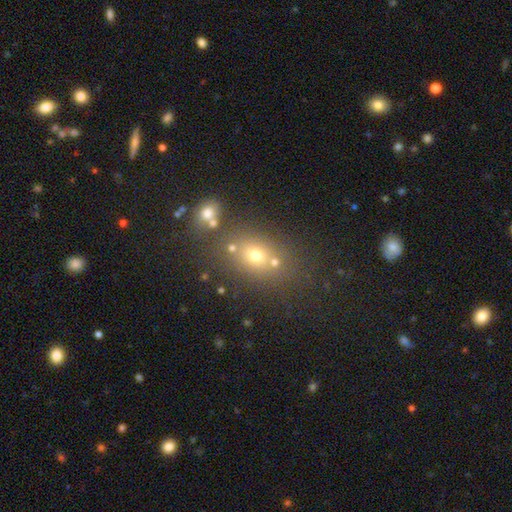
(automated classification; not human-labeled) A smooth galaxy with no disk features (55%) that is round (54%). Merging: none (60%).